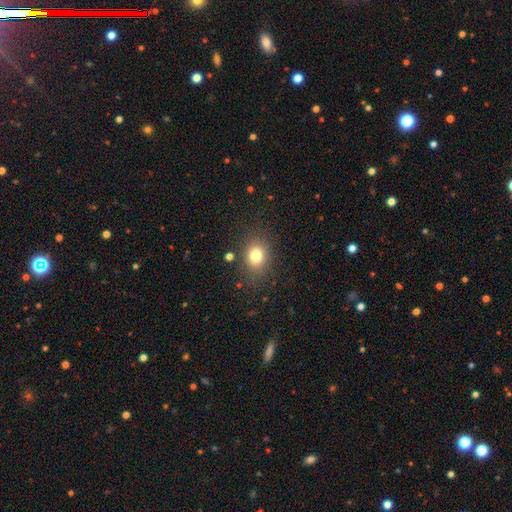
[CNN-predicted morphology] A smooth galaxy with no disk features (78%) that is round (52%). Merging: none (83%).